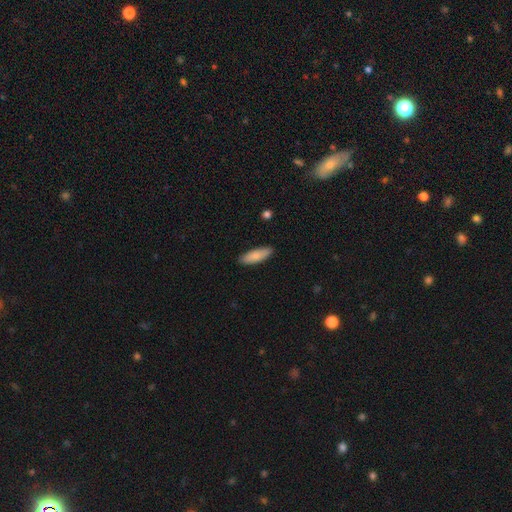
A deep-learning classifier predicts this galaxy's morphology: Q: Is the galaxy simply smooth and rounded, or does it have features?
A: smooth — 83%.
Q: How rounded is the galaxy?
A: in between — 54%.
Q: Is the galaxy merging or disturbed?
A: none — 89%.